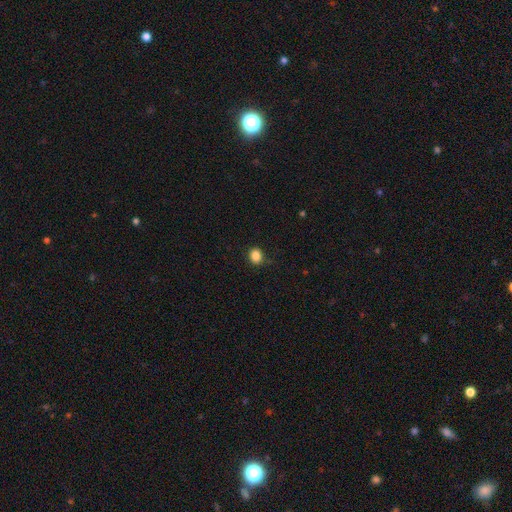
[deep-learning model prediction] Morphology: type=smooth (86%); roundness=round (63%); merging=none (86%).